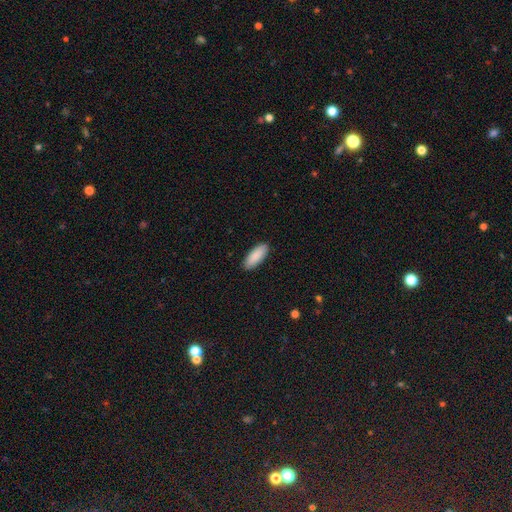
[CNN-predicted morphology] Smooth or featured? smooth (91%)
How rounded? in between (78%)
Merging? none (90%)